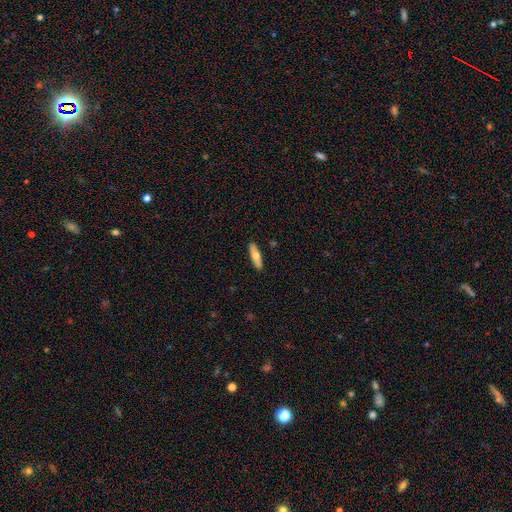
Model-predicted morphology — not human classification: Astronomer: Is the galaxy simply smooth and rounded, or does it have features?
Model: smooth — 62%.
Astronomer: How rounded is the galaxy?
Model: cigar-shaped — 63%.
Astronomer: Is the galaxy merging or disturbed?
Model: none — 89%.